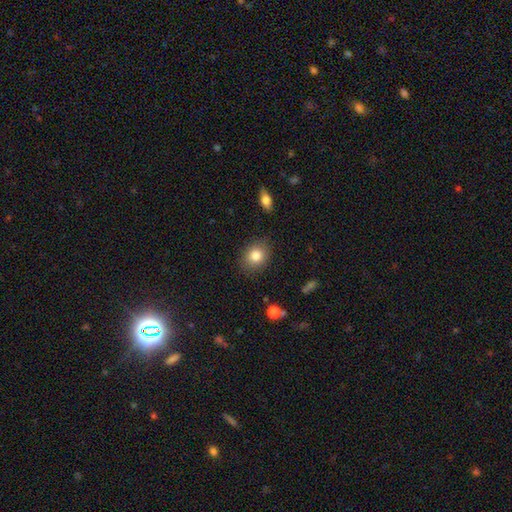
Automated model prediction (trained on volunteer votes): Smooth or featured?
  - smooth: 82% *
  - star or artifact: 10%
  - featured or disk: 8%
How rounded?
  - round: 57% *
  - in between: 42%
  - cigar-shaped: 1%
Merging?
  - none: 85% *
  - minor disturbance: 11%
  - major disturbance: 3%
  - merger: 1%